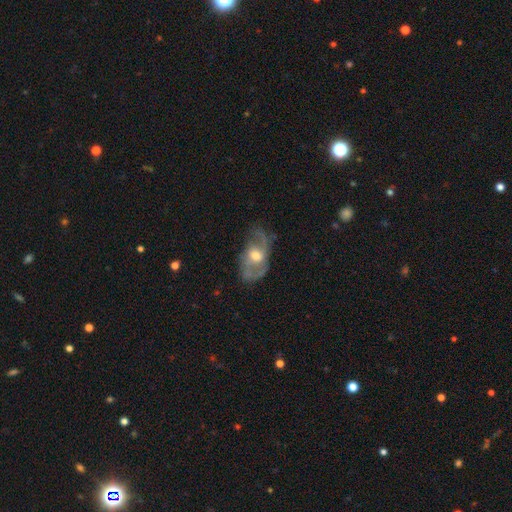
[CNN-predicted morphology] Overall: featured or disk (76%). Edge-on disk: no (94%). Bar: no (50%; weak 40%). Spiral arms: yes (83%). Spiral arm count: 2 (75%). Spiral winding: medium (45%; loose 40%). Bulge size: moderate (66%). Merging: none (59%; minor disturbance 23%).